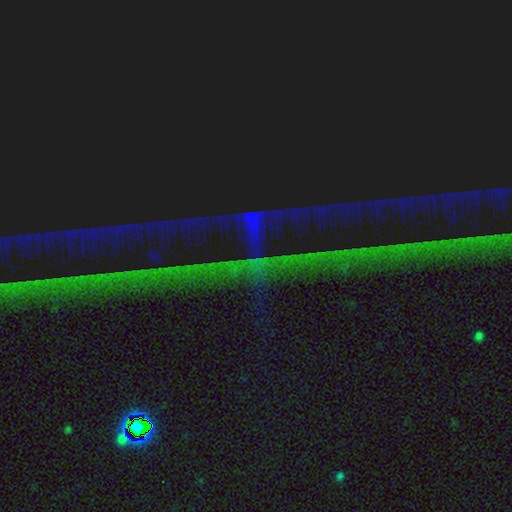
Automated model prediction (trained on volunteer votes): A star or artifact, not a galaxy (86%).